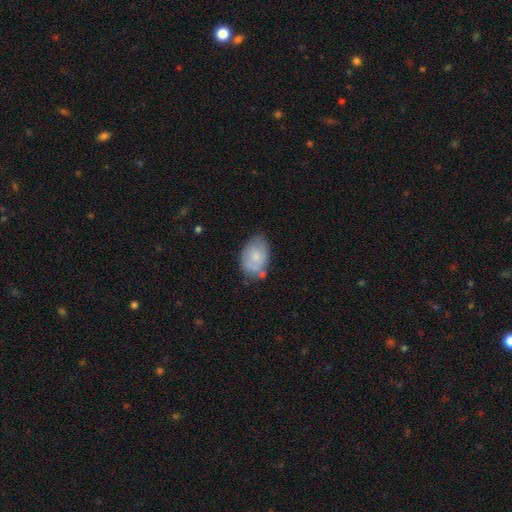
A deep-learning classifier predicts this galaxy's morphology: This appears to be a smooth galaxy with no disk features (72%) that is in between round and cigar-shaped (86%). Merging: none (56%).